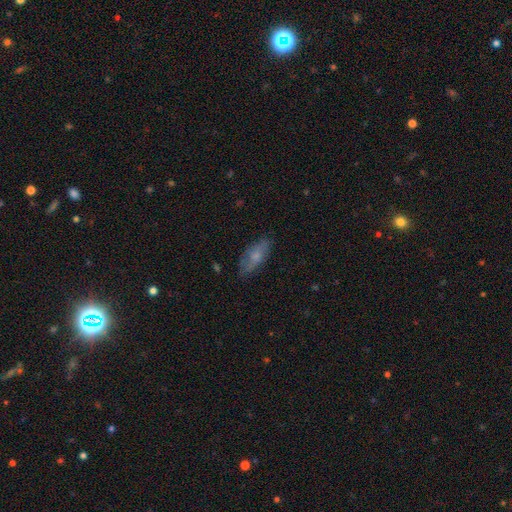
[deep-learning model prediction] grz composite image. It shows a smooth galaxy with no disk features (63%) that is in between round and cigar-shaped (75%). Merging: none (75%).